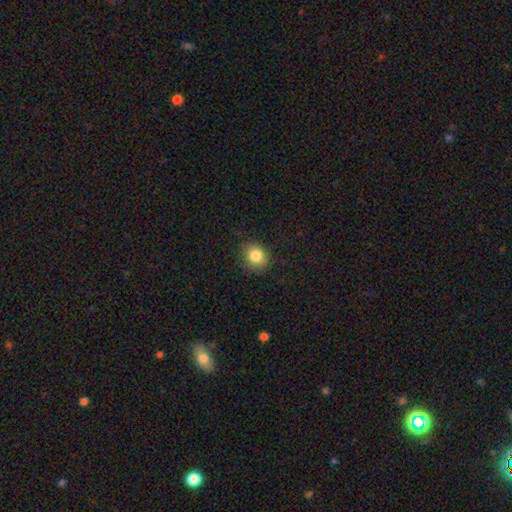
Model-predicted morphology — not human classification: Q: Smooth or featured?
A: smooth (83%); runner-up: star or artifact (10%)
Q: How rounded?
A: round (71%); runner-up: in between (28%)
Q: Merging?
A: none (84%); runner-up: minor disturbance (12%)